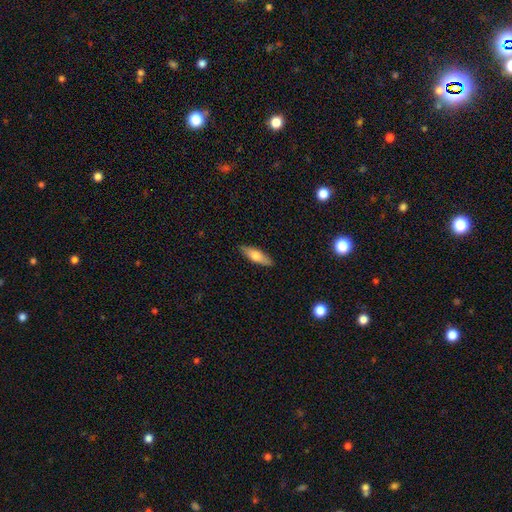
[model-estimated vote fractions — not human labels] Smooth or featured? Predicted: smooth (p=0.62). How rounded? Predicted: cigar-shaped (p=0.54). Merging? Predicted: none (p=0.88).